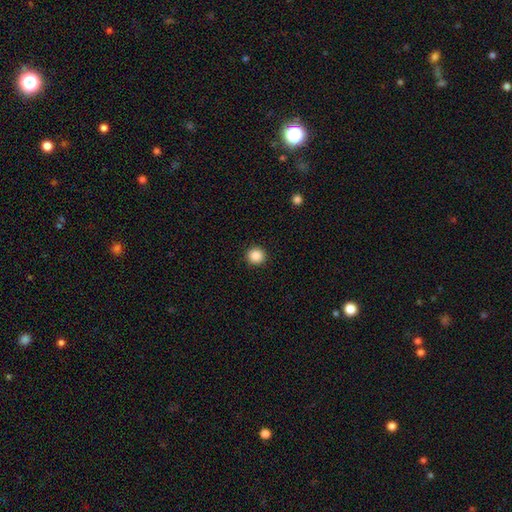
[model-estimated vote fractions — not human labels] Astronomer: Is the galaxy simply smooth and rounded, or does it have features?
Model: smooth — 88%.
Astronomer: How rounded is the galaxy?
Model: round — 95%.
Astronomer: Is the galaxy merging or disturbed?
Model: none — 93%.